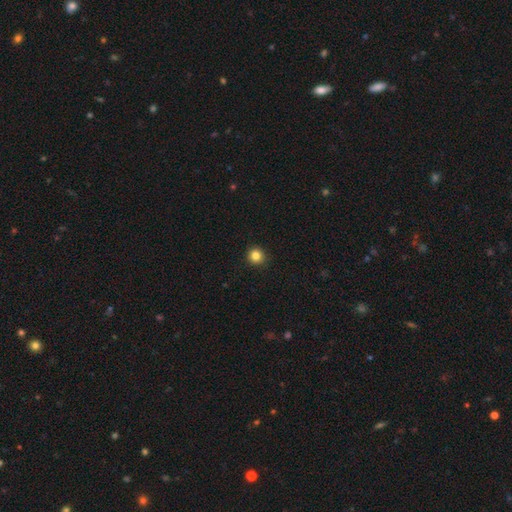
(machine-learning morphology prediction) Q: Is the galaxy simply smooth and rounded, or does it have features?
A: smooth — 83%.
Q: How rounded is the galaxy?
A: round — 95%.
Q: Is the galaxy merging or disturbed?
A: none — 93%.